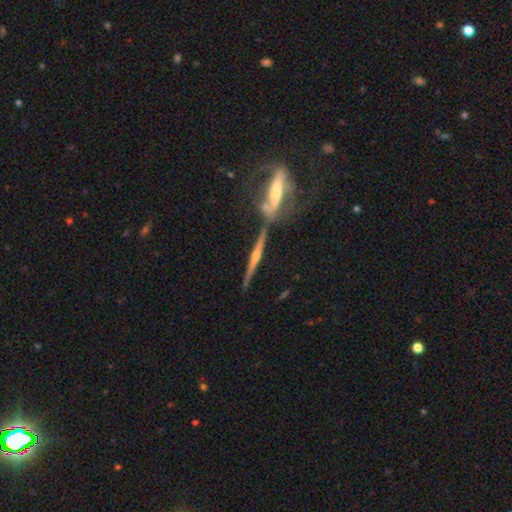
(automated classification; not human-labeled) Smooth or featured? Predicted: featured or disk (p=0.79). Edge-on disk? Predicted: yes (p=0.96). Edge-on bulge? Predicted: rounded (p=0.81). Merging? Predicted: none (p=0.71).